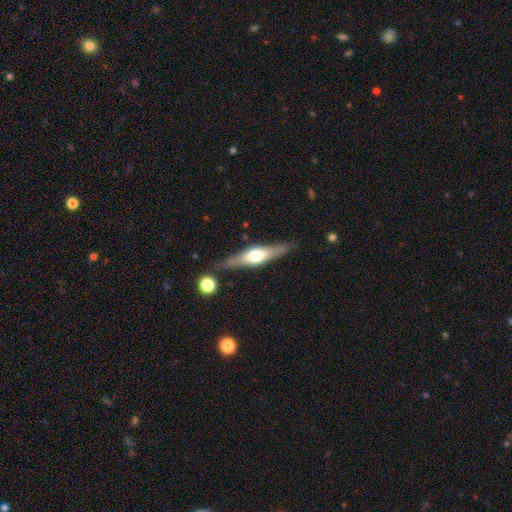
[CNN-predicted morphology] Smooth or featured? featured or disk (64%)
Edge-on disk? yes (94%)
Edge-on bulge? rounded (89%)
Merging? none (82%)